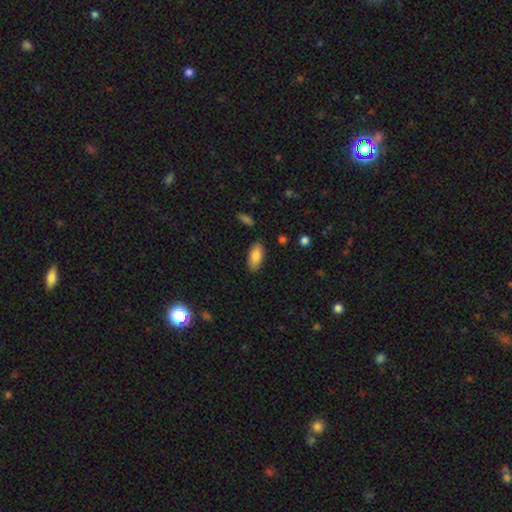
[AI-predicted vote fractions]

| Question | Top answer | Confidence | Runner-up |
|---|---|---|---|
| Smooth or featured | smooth | 85% | featured or disk (8%) |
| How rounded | in between | 88% | cigar-shaped (10%) |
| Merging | none | 83% | minor disturbance (12%) |